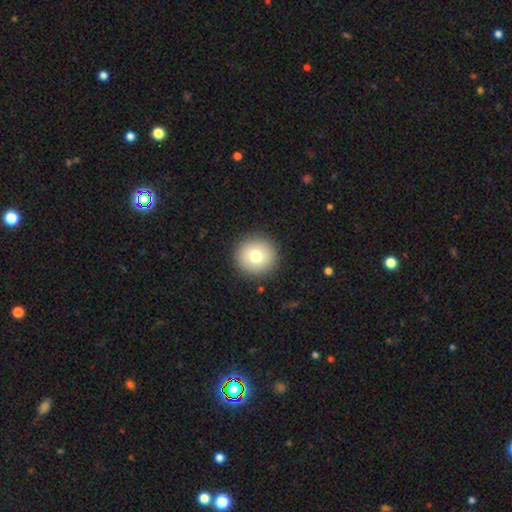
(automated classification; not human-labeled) The model was most divided on "smooth or featured": smooth: 75%, featured or disk: 15%, star or artifact: 10%. More confident: how rounded — round (95%); merging — none (91%).